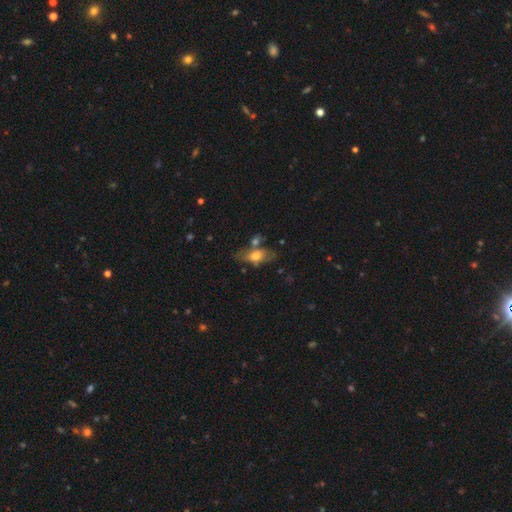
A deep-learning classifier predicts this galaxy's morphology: A smooth galaxy with no disk features (56%) that is in between round and cigar-shaped (77%). Merging: none (52%).